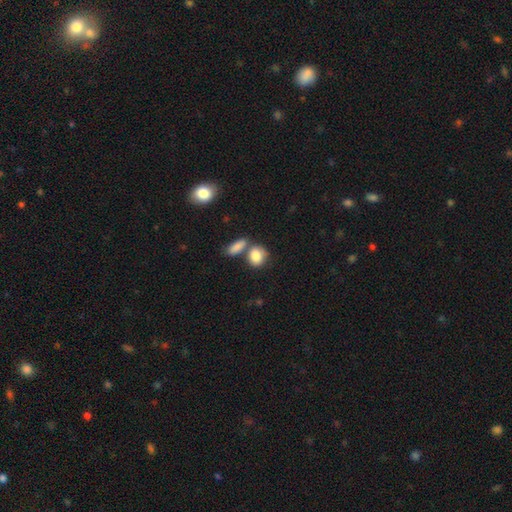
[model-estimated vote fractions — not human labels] This appears to be a smooth galaxy with no disk features (85%) that is in between round and cigar-shaped (56%). Merging: none (49%).